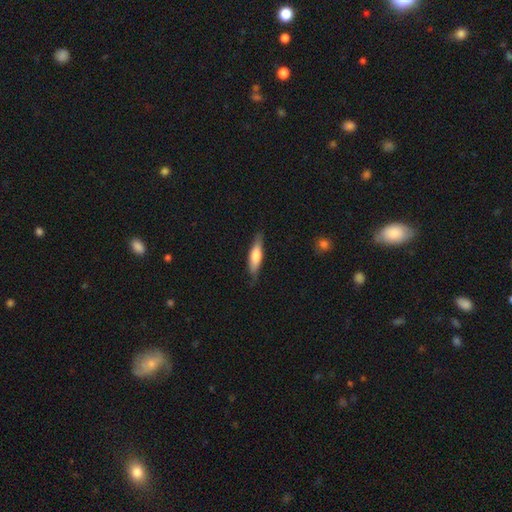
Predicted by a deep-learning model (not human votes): A smooth galaxy with no disk features (65%) that is cigar-shaped (69%). Merging: none (81%).